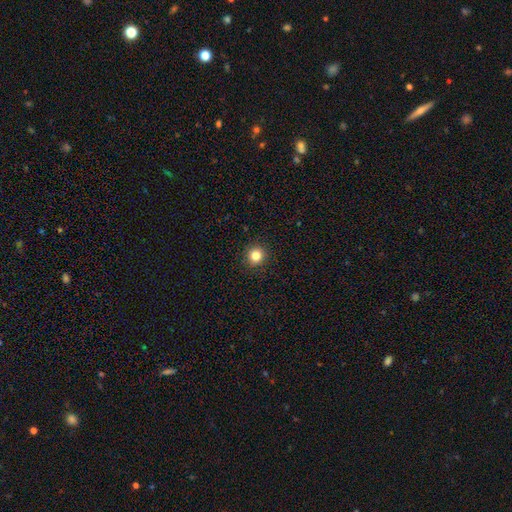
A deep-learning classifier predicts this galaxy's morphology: smooth_or_featured: smooth (p=0.84) [alt: star or artifact p=0.11]
how_rounded: round (p=0.93) [alt: in between p=0.06]
merging: none (p=0.92) [alt: minor disturbance p=0.05]